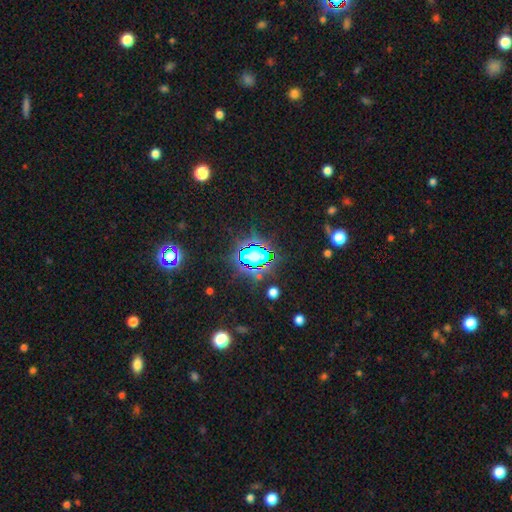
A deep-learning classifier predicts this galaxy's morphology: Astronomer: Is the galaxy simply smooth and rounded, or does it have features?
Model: star or artifact — 81%.